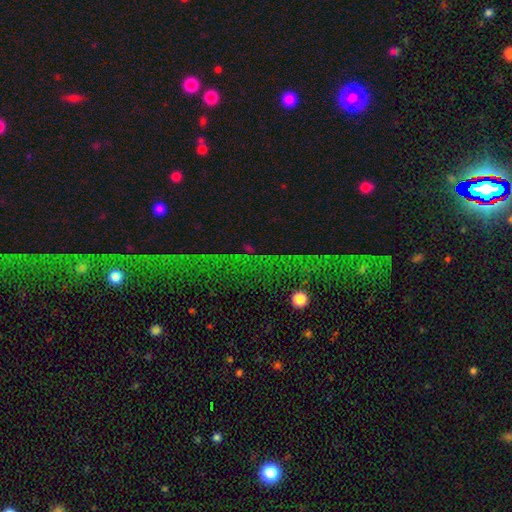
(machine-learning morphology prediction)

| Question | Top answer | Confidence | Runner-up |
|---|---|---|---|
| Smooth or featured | star or artifact | 74% | smooth (13%) |